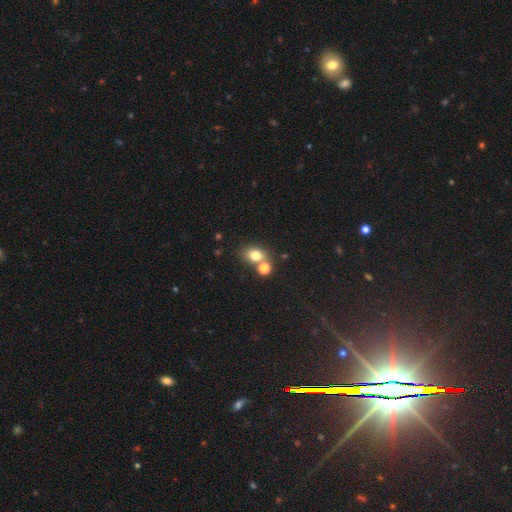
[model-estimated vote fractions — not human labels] smooth 77%, star or artifact 13%, featured or disk 10%. Down the decision tree: how rounded — in between (52%); merging — none (58%).